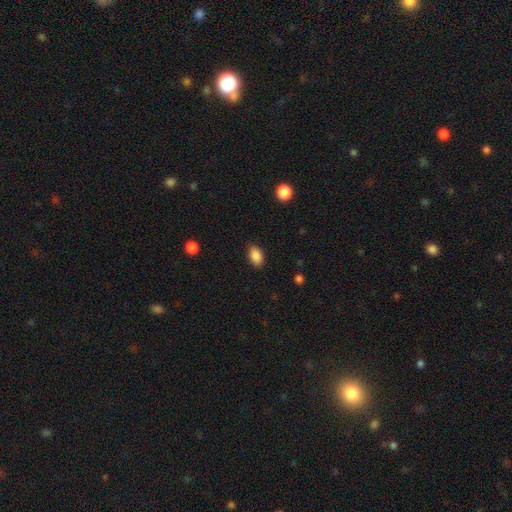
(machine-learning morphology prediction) smooth 88%, star or artifact 8%, featured or disk 4%. Down the decision tree: how rounded — in between (89%); merging — none (85%).